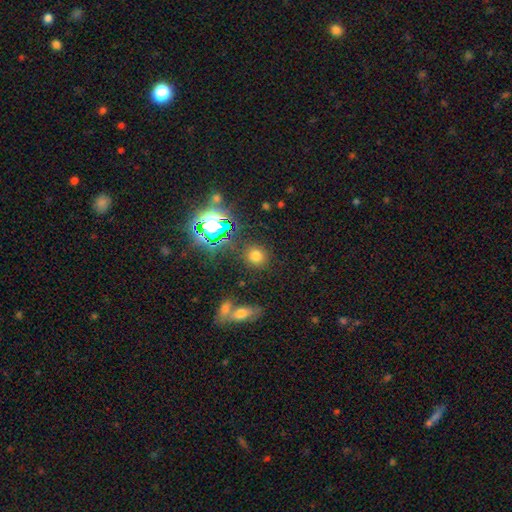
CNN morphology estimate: A smooth galaxy with no disk features (69%) that is round (86%).

Vote fractions:
- Smooth or featured? smooth: 69% / star or artifact: 24% / featured or disk: 7%
- How rounded? round: 86% / in between: 12% / cigar-shaped: 1%
- Merging? none: 84% / minor disturbance: 8% / merger: 4% / major disturbance: 4%